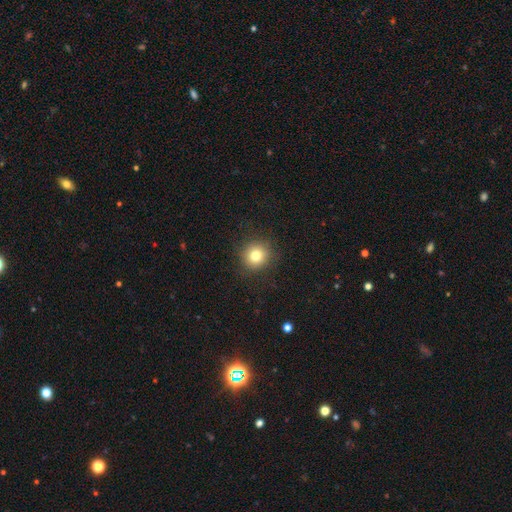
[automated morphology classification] Smooth or featured? Predicted: smooth (p=0.78). How rounded? Predicted: round (p=0.92). Merging? Predicted: none (p=0.89).